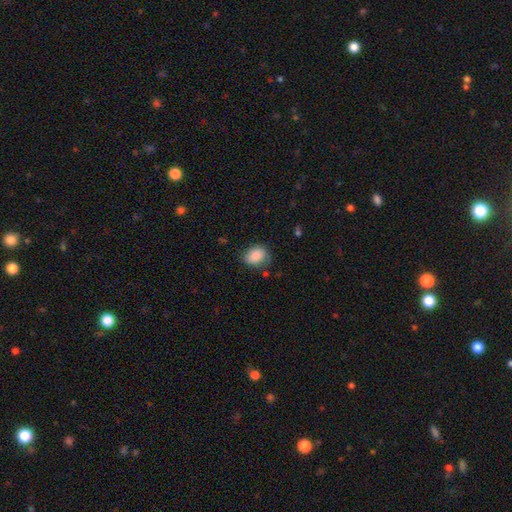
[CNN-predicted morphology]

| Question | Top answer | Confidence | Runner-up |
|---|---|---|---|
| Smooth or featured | smooth | 84% | featured or disk (8%) |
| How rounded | in between | 60% | round (39%) |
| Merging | none | 70% | minor disturbance (22%) |